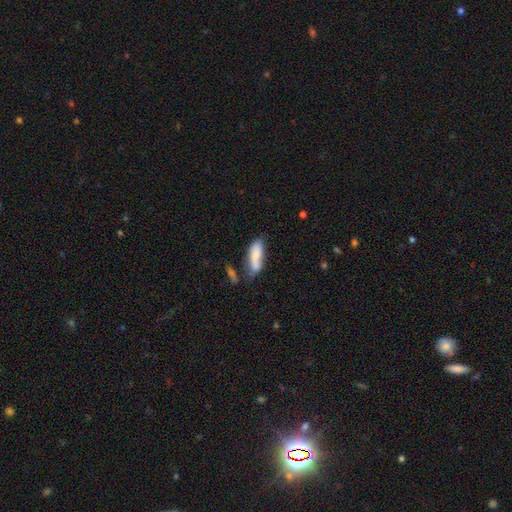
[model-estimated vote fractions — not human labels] This appears to be a smooth galaxy with no disk features (74%) that is in between round and cigar-shaped (65%). Merging: none (38%).